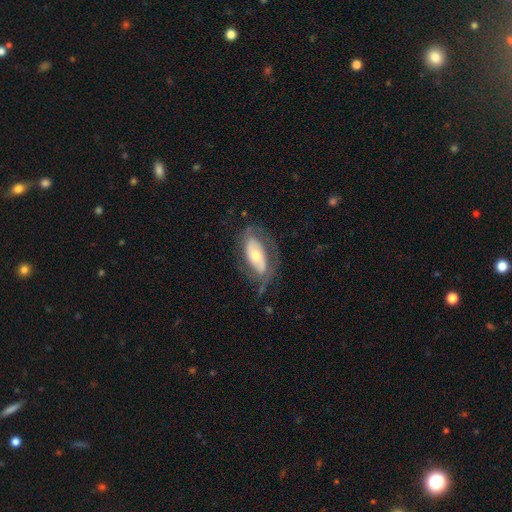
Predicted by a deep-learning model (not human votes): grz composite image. It shows a featured or disk galaxy (58%) with no bar (60%), spiral arms (61%) and a moderate central bulge (53%). Merging: none (61%).